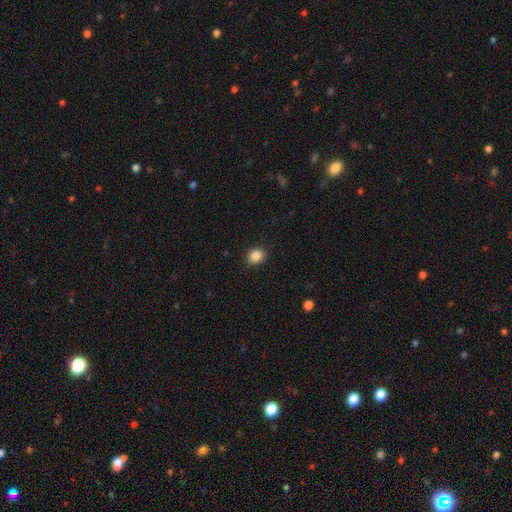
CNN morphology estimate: Smooth or featured? Predicted: smooth (p=0.87). How rounded? Predicted: round (p=0.65). Merging? Predicted: none (p=0.90).